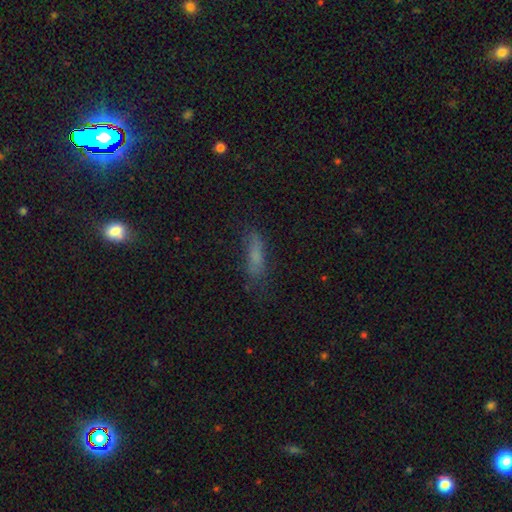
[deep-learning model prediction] Q: Smooth or featured?
A: smooth (66%); runner-up: featured or disk (20%)
Q: How rounded?
A: cigar-shaped (62%); runner-up: in between (35%)
Q: Merging?
A: none (61%); runner-up: minor disturbance (25%)